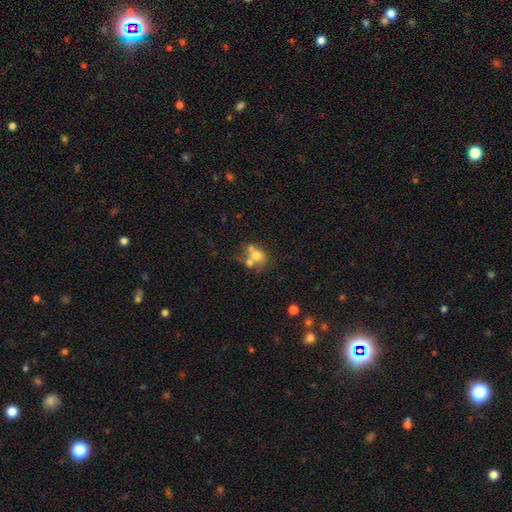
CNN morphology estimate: A smooth galaxy with no disk features (63%) that is round (51%). Merging: merger (52%).